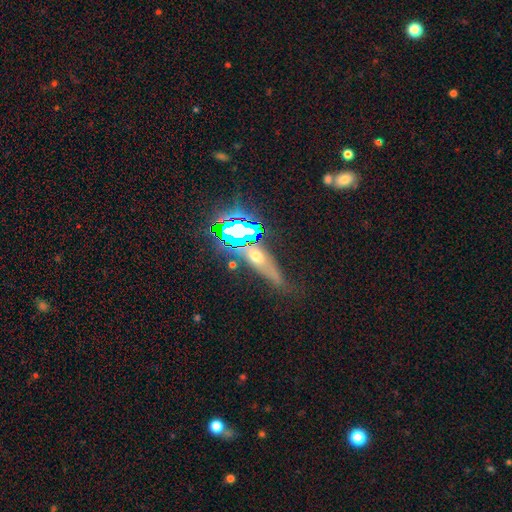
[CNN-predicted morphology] Smooth or featured: smooth — 41% (star or artifact — 36%)
Merging: none — 63% (minor disturbance — 20%)